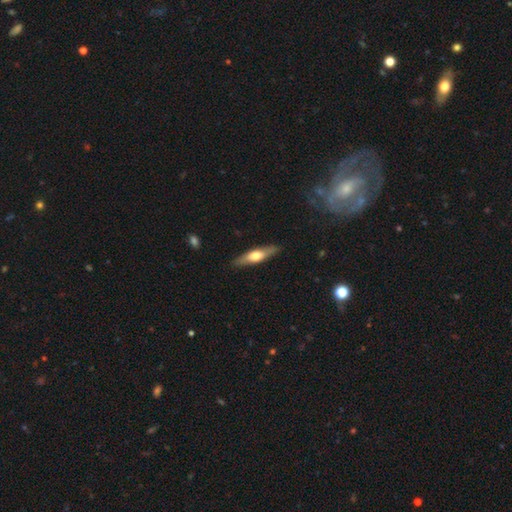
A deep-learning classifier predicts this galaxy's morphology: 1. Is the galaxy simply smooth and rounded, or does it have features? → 49% featured or disk, 46% smooth, 5% star or artifact.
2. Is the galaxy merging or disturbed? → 88% none, 9% minor disturbance, 2% major disturbance, 1% merger.